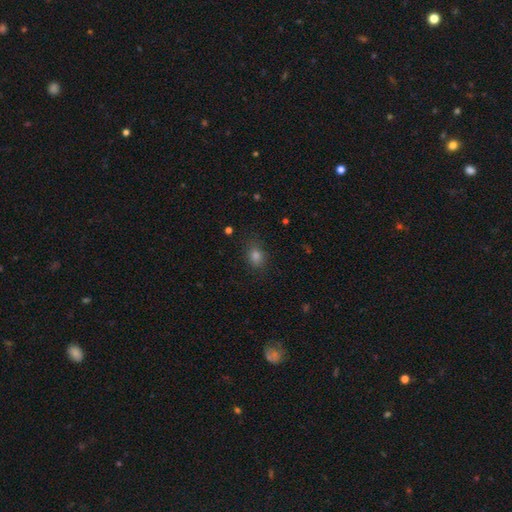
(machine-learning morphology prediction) The model was most divided on "how rounded": in between: 53%, round: 45%, cigar-shaped: 2%. More confident: merging — none (80%); smooth or featured — smooth (76%).